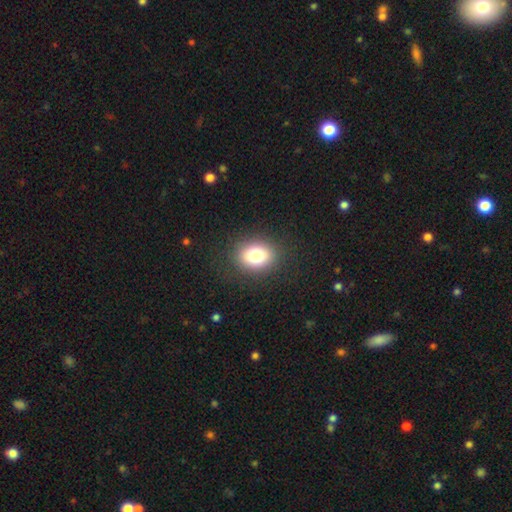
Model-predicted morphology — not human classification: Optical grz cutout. It shows a smooth galaxy with no disk features (78%) that is in between round and cigar-shaped (53%). Merging: none (87%).